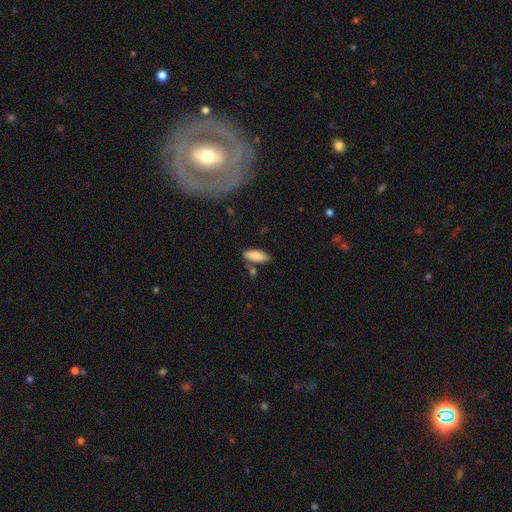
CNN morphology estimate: This appears to be a smooth galaxy with no disk features (85%) that is in between round and cigar-shaped (77%). Merging: none (73%).